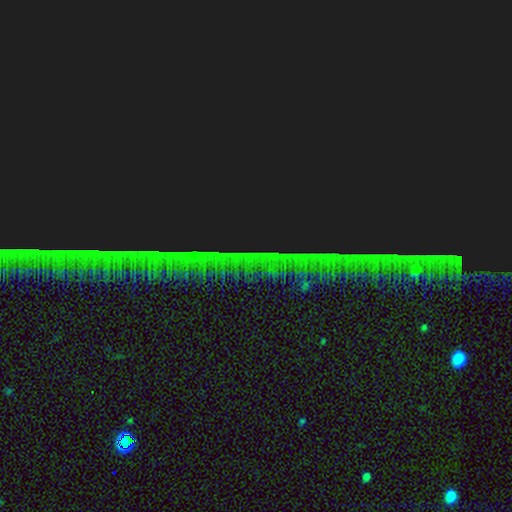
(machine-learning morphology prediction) Q: Smooth or featured?
A: star or artifact (86%); runner-up: featured or disk (7%)